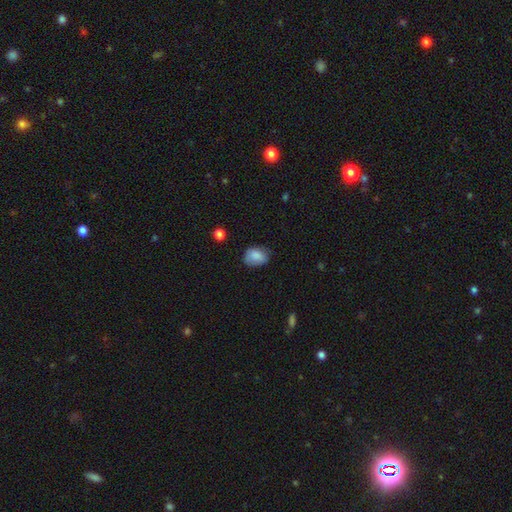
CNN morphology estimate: Overall: smooth (83%). How rounded: in between (71%). Merging: none (63%; minor disturbance 29%).